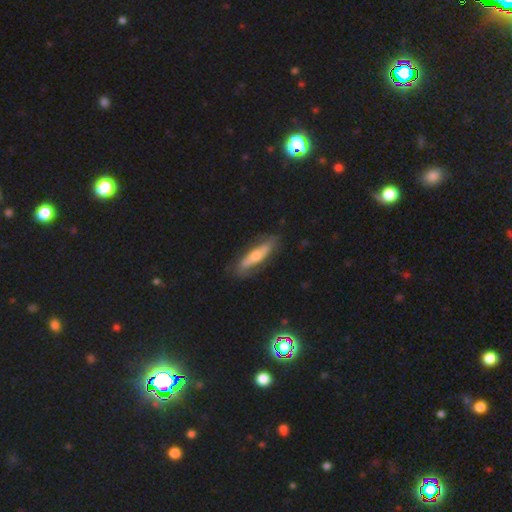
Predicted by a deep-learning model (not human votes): The model was most divided on "edge-on disk": yes: 53%, no: 47%. More confident: merging — none (76%); smooth or featured — featured or disk (57%).